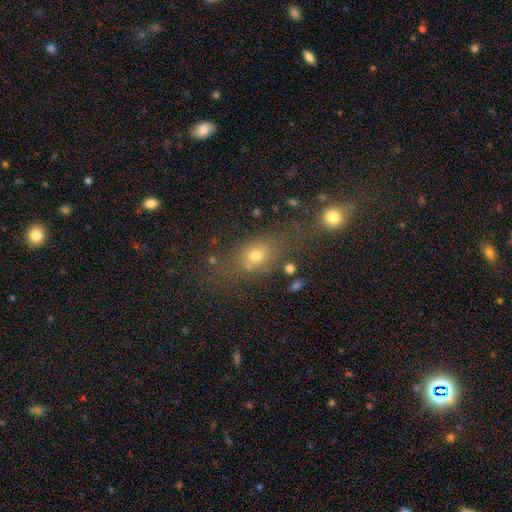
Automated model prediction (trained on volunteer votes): Smooth or featured: smooth — 68% (star or artifact — 18%)
How rounded: in between — 58% (round — 35%)
Merging: none — 59% (minor disturbance — 16%)